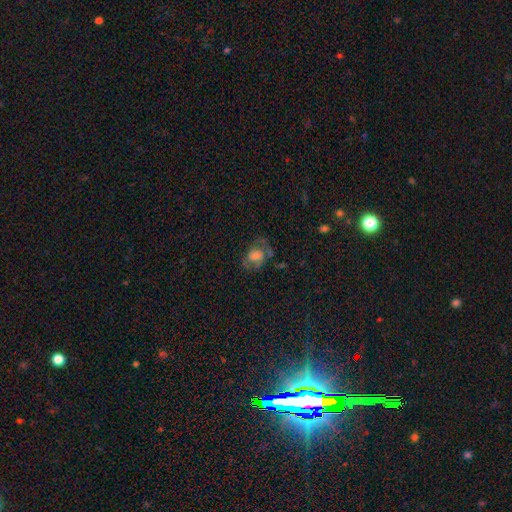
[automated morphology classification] smooth-or-featured: smooth: 43% | featured or disk: 42% | star or artifact: 15%
  merging: none: 50% | minor disturbance: 23% | major disturbance: 23% | merger: 3%